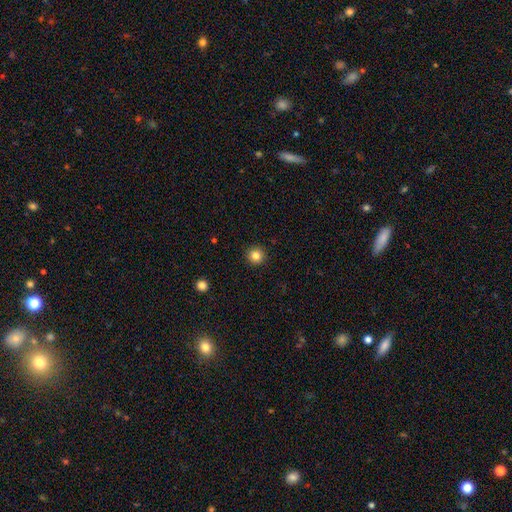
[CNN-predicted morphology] smooth_or_featured: smooth (p=0.83) [alt: star or artifact p=0.12]
how_rounded: round (p=0.96) [alt: in between p=0.04]
merging: none (p=0.93) [alt: minor disturbance p=0.04]